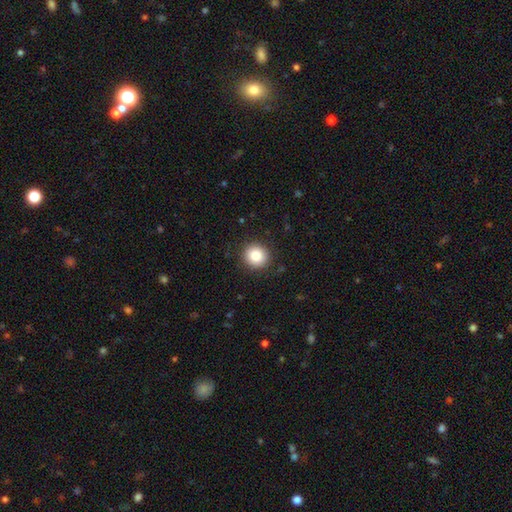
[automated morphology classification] Q: Smooth or featured?
A: smooth (85%); runner-up: star or artifact (9%)
Q: How rounded?
A: round (92%); runner-up: in between (7%)
Q: Merging?
A: none (90%); runner-up: minor disturbance (7%)